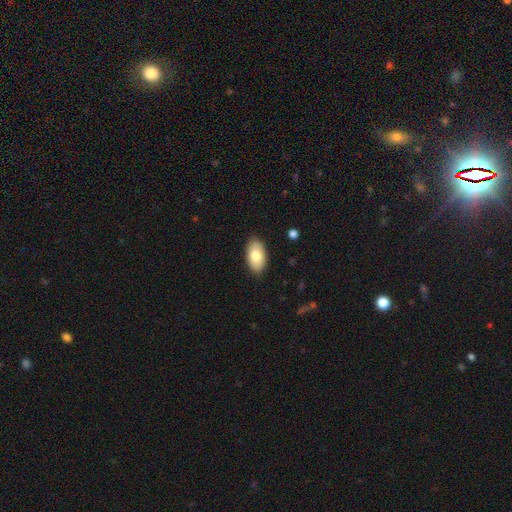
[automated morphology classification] smooth_or_featured: smooth (p=0.80) [alt: featured or disk p=0.14]
how_rounded: in between (p=0.95) [alt: round p=0.04]
merging: none (p=0.88) [alt: minor disturbance p=0.09]